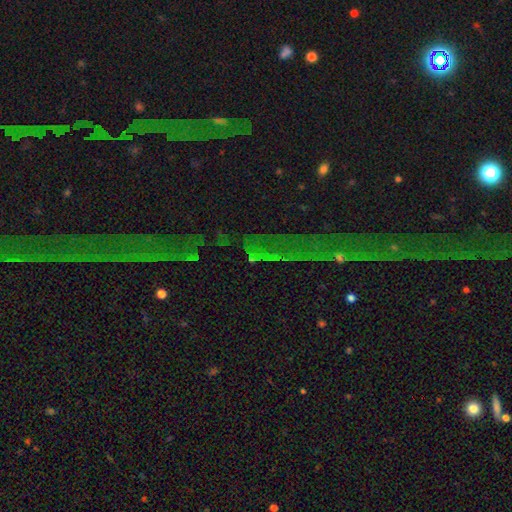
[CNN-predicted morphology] A star or artifact, not a galaxy (66%).

Vote fractions:
- Smooth or featured? star or artifact: 66% / smooth: 17% / featured or disk: 17%